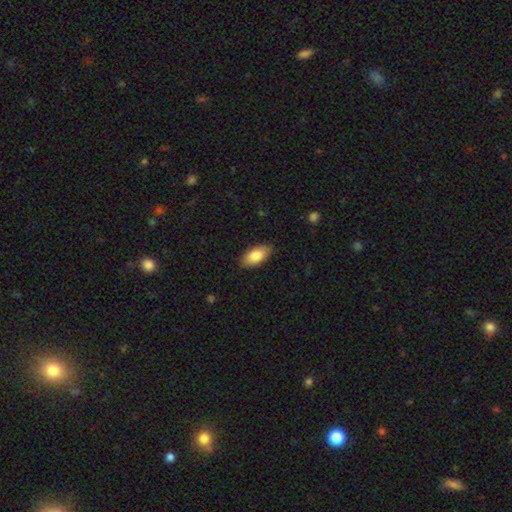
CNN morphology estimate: Smooth or featured: smooth — 83% (featured or disk — 10%)
How rounded: in between — 91% (cigar-shaped — 7%)
Merging: none — 85% (minor disturbance — 12%)